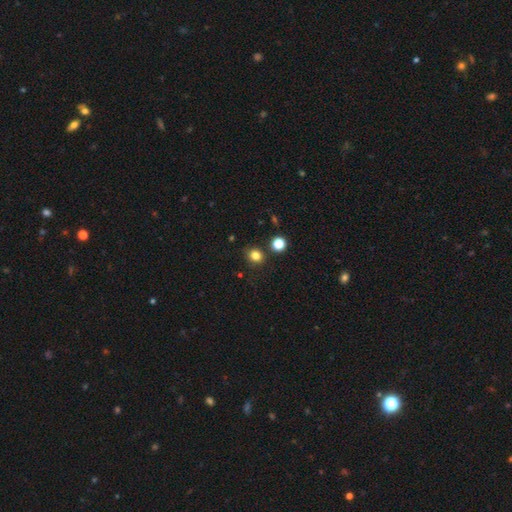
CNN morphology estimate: type=smooth (80%); roundness=round (80%); merging=none (82%).